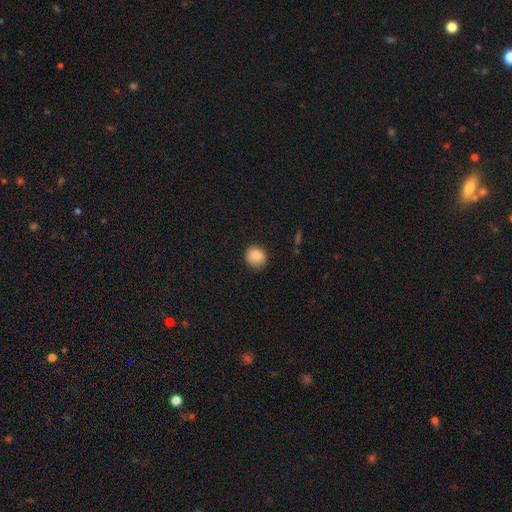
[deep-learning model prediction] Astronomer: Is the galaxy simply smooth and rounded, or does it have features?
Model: smooth — 86%.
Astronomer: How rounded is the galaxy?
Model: round — 78%.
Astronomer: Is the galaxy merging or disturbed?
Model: none — 85%.